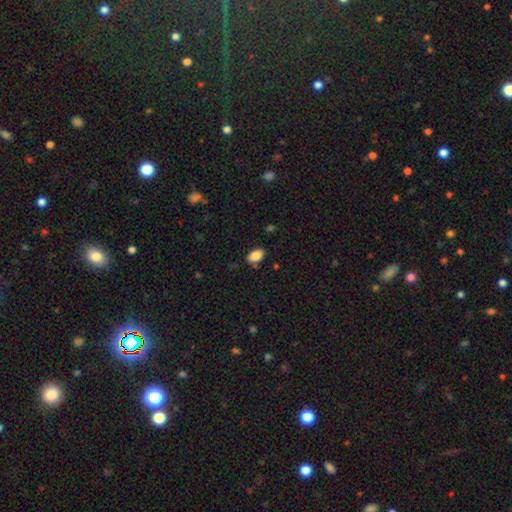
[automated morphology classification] Overall: smooth (86%). How rounded: in between (90%). Merging: none (82%).